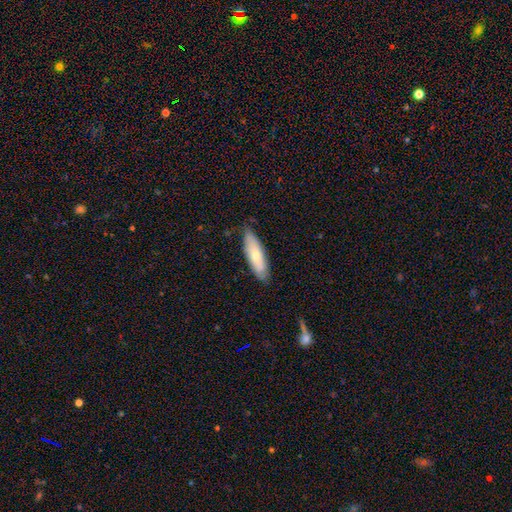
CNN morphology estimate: Smooth or featured: smooth — 63% (featured or disk — 31%)
How rounded: in between — 51% (cigar-shaped — 47%)
Merging: none — 80% (minor disturbance — 17%)